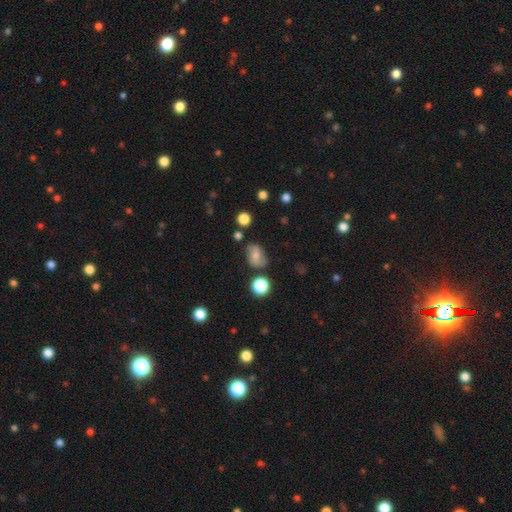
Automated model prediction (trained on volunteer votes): Smooth or featured? Predicted: smooth (p=0.48). Merging? Predicted: none (p=0.68).